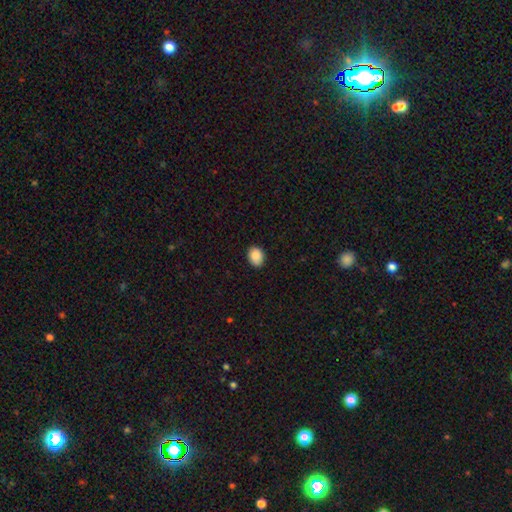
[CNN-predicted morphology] type=smooth (90%); roundness=in between (68%); merging=none (88%).